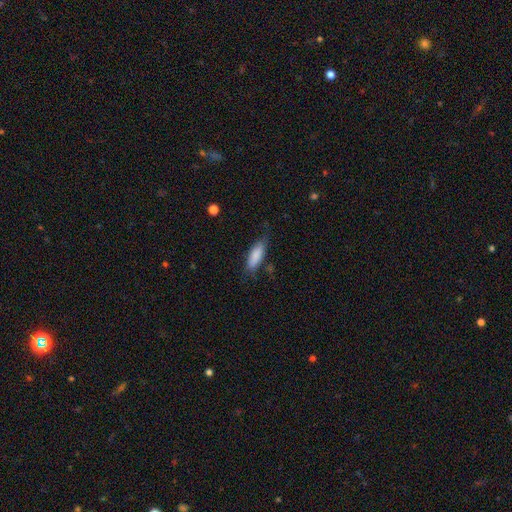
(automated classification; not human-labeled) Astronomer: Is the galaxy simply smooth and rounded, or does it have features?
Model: smooth — 84%.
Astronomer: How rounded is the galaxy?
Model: in between — 65%.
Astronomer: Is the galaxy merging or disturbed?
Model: none — 69%.